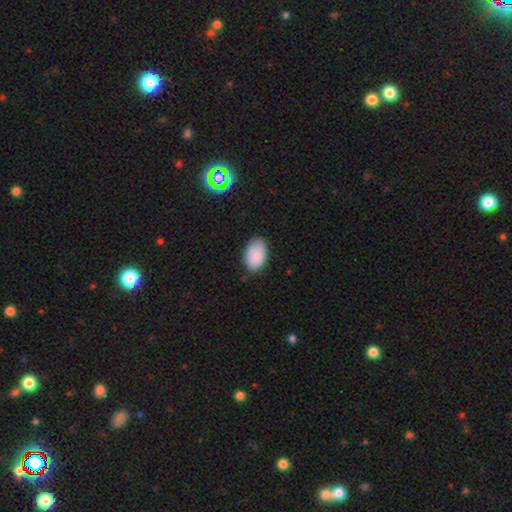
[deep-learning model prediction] This is clearly a smooth galaxy (87%). How rounded: clearly in between (91%). Merging: likely none (77%).